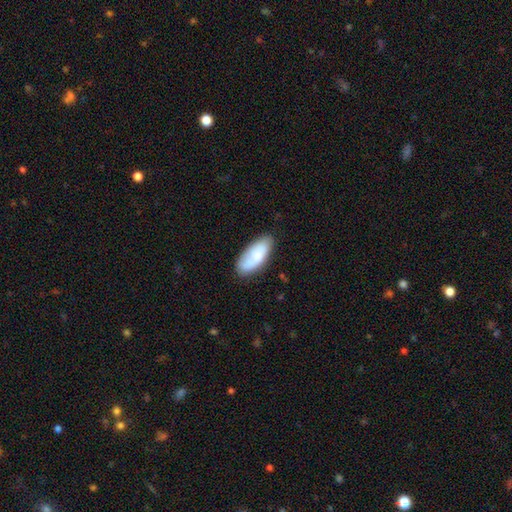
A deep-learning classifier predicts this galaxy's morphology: Smooth or featured?
  - smooth: 72% *
  - featured or disk: 22%
  - star or artifact: 6%
How rounded?
  - in between: 87% *
  - cigar-shaped: 11%
  - round: 2%
Merging?
  - none: 72% *
  - minor disturbance: 20%
  - major disturbance: 5%
  - merger: 3%